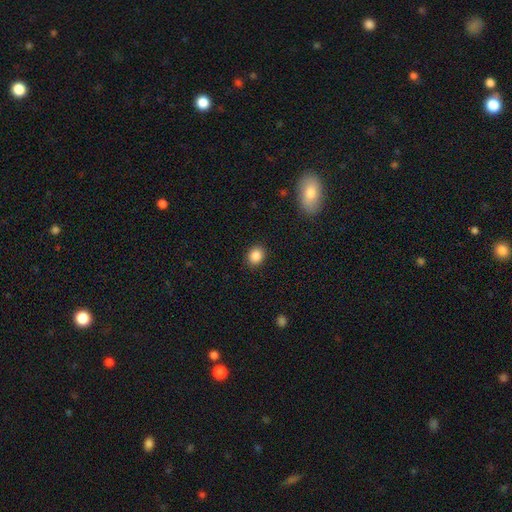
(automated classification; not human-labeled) smooth-or-featured: smooth: 86% | star or artifact: 10% | featured or disk: 4%
  how-rounded: round: 62% | in between: 37% | cigar-shaped: 1%
  merging: none: 89% | minor disturbance: 7% | major disturbance: 2% | merger: 1%